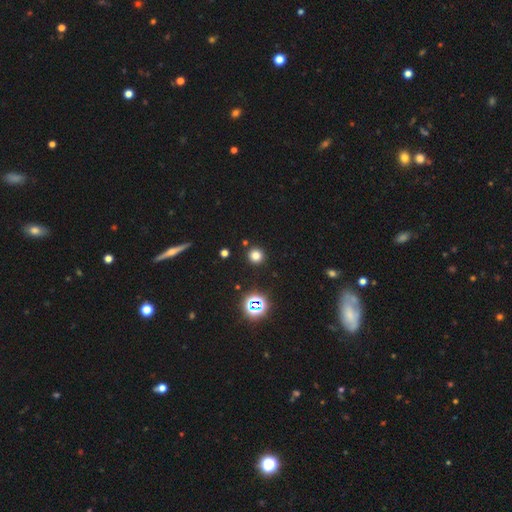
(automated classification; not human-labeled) This appears to be a smooth galaxy with no disk features (74%) that is round (94%). Merging: none (90%).